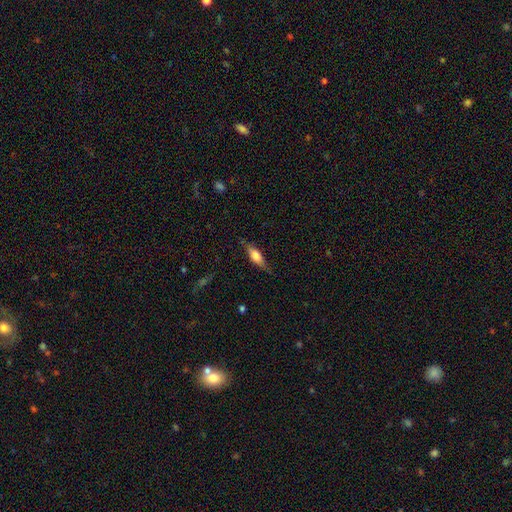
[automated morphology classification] This appears to be a smooth galaxy with no disk features (58%) that is in between round and cigar-shaped (55%). Merging: none (74%).